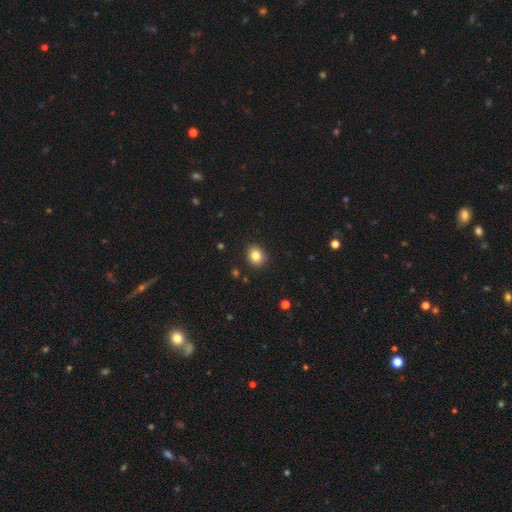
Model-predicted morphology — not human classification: A smooth galaxy with no disk features (83%) that is round (71%).

Vote fractions:
- Smooth or featured? smooth: 83% / star or artifact: 11% / featured or disk: 6%
- How rounded? round: 71% / in between: 28% / cigar-shaped: 1%
- Merging? none: 90% / minor disturbance: 7% / major disturbance: 2% / merger: 1%